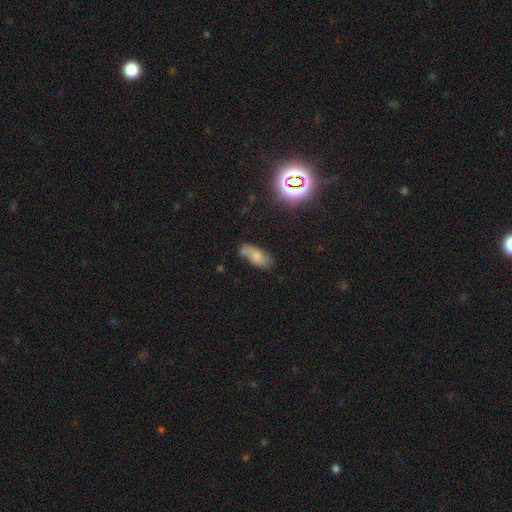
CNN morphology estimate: smooth_or_featured: smooth (p=0.66) [alt: featured or disk p=0.22]
how_rounded: in between (p=0.85) [alt: cigar-shaped p=0.11]
merging: none (p=0.51) [alt: minor disturbance p=0.25]